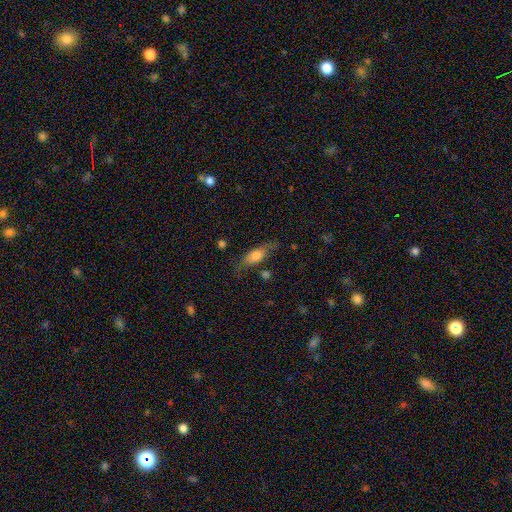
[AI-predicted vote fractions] This is likely a smooth galaxy (63%). How rounded: likely in between (63%). Merging: likely none (66%).